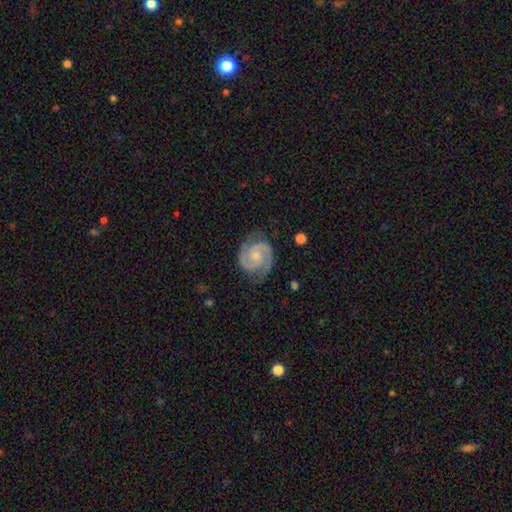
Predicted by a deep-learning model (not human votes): smooth-or-featured: featured or disk: 92% | smooth: 4% | star or artifact: 4%
  disk-edge-on: no: 98% | yes: 2%
    bar: no: 63% | weak: 30% | strong: 6%
    has-spiral-arms: yes: 99% | no: 1%
      spiral-winding: tight: 52% | medium: 42% | loose: 6%
      spiral-arm-count: 2: 93% | 3: 2% | can't tell: 2% | 1: 1% | 4: 1% | more than 4: 1%
    bulge-size: small: 47% | moderate: 41% | none: 9% | large: 2% | dominant: 1%
  merging: none: 80% | minor disturbance: 15% | major disturbance: 4% | merger: 1%